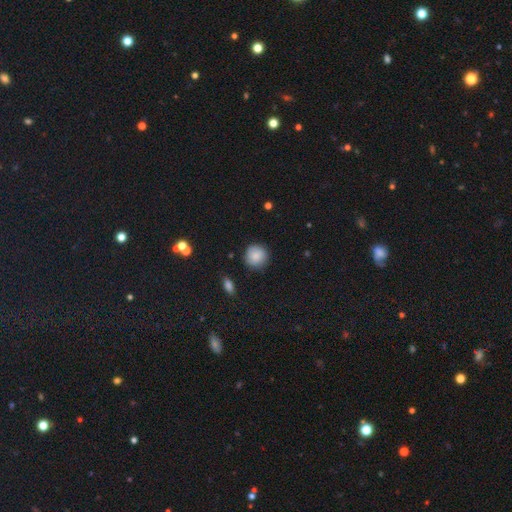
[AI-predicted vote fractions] The model was most divided on "smooth or featured": smooth: 80%, featured or disk: 11%, star or artifact: 8%. More confident: how rounded — round (93%); merging — none (84%).